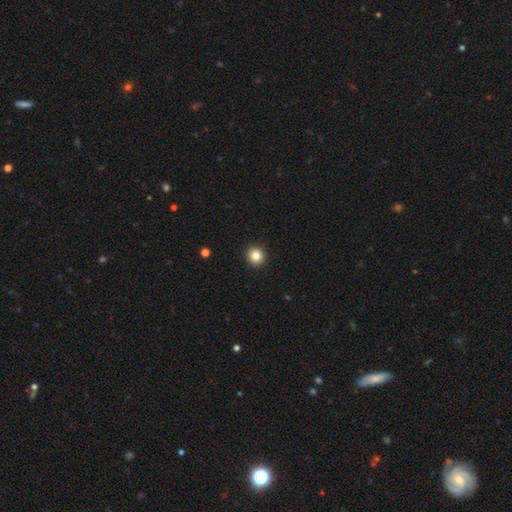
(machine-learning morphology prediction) smooth_or_featured: smooth (p=0.84) [alt: star or artifact p=0.11]
how_rounded: round (p=0.91) [alt: in between p=0.08]
merging: none (p=0.93) [alt: minor disturbance p=0.05]